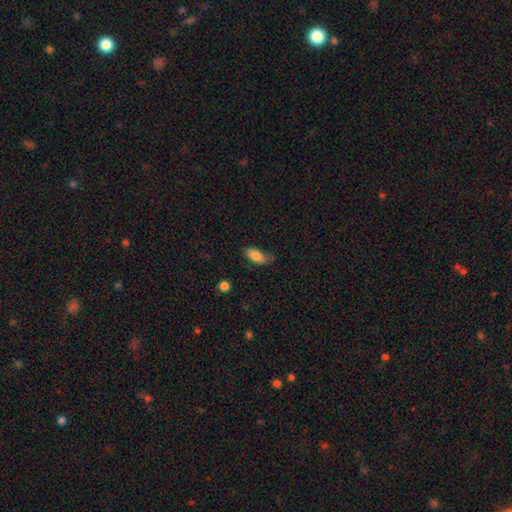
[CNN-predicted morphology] The model was most divided on "merging": none: 57%, minor disturbance: 32%, major disturbance: 9%, merger: 2%. More confident: how rounded — in between (87%); smooth or featured — smooth (83%).